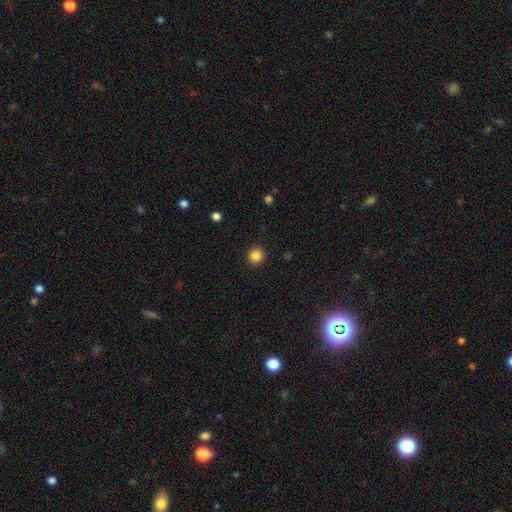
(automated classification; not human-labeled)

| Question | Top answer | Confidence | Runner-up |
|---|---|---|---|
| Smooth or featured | smooth | 86% | star or artifact (11%) |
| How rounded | round | 94% | in between (5%) |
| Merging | none | 92% | minor disturbance (5%) |